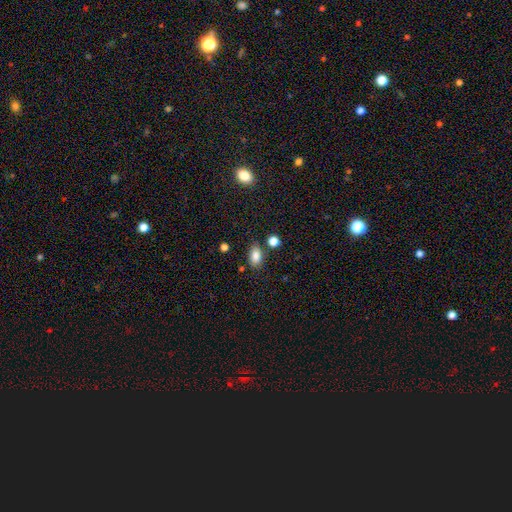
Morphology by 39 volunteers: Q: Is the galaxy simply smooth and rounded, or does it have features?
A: smooth — 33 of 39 (85%).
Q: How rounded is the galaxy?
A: in between — 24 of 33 (73%).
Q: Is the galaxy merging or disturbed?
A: none — 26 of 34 (76%).